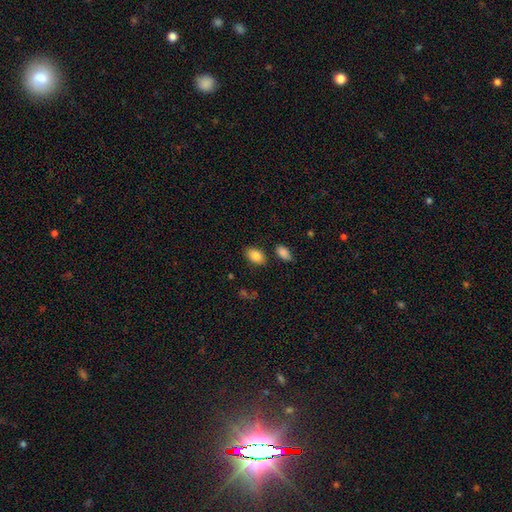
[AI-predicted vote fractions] smooth 86%, star or artifact 8%, featured or disk 6%. Down the decision tree: how rounded — in between (88%); merging — none (81%).